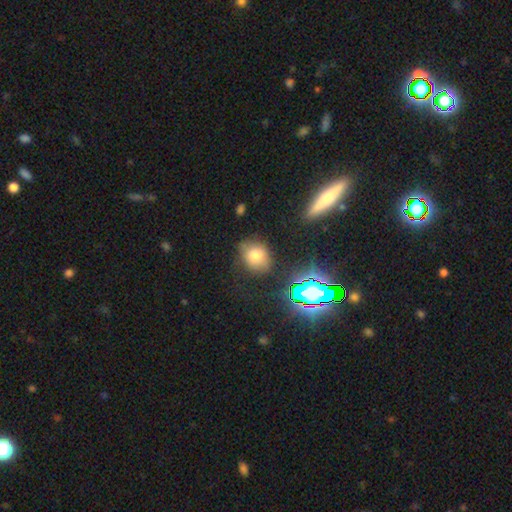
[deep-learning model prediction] smooth 71%, star or artifact 17%, featured or disk 12%. Down the decision tree: how rounded — round (56%); merging — none (71%).